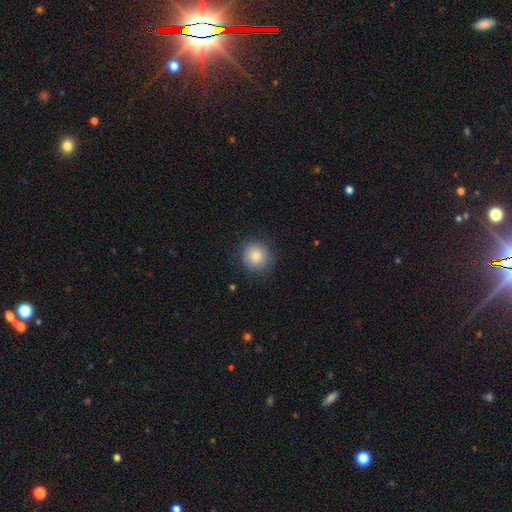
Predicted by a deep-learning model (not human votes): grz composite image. It shows a smooth galaxy with no disk features (85%) that is round (91%). Merging: none (86%).